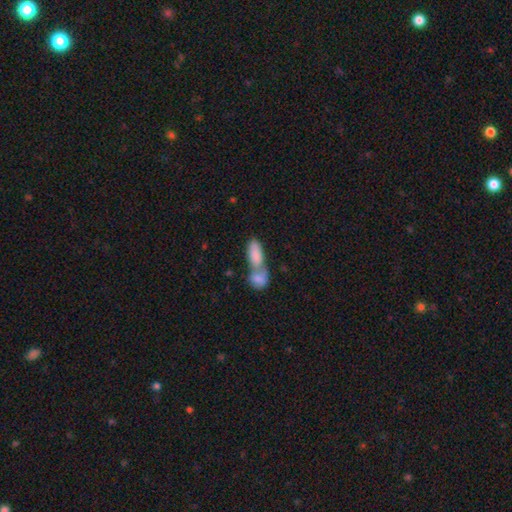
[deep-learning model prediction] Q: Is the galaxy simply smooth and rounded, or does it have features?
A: smooth — 82%.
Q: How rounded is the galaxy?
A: in between — 86%.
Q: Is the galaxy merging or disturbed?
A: merger — 71%.